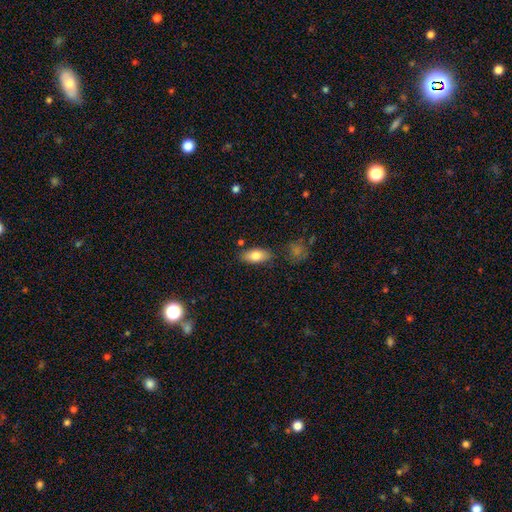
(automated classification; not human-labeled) Smooth or featured? smooth (80%)
How rounded? in between (89%)
Merging? none (80%)